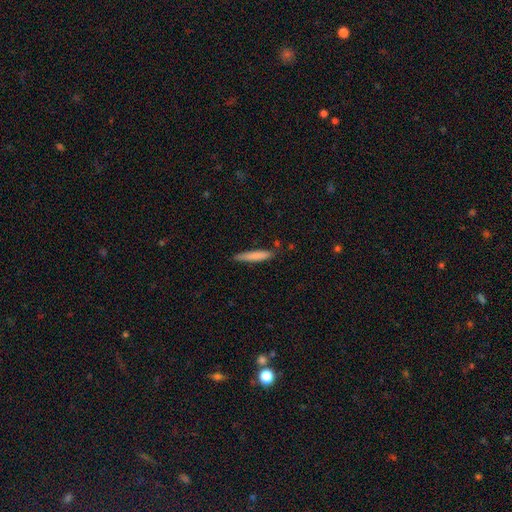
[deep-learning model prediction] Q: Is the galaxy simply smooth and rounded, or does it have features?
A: smooth — 80%.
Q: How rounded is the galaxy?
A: cigar-shaped — 91%.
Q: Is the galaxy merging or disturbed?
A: none — 81%.